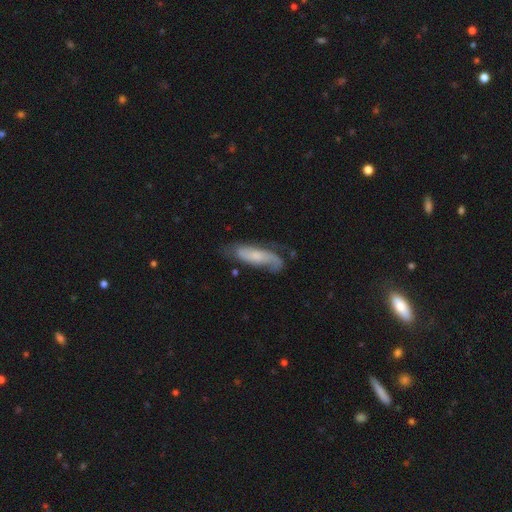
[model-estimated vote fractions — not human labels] A featured or disk galaxy (56%). Merging: none (58%).